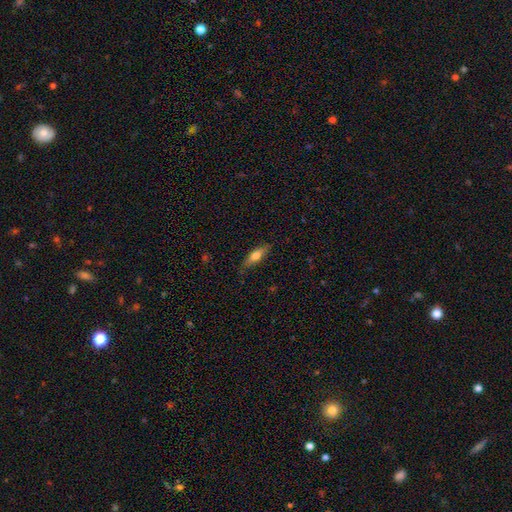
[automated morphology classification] This is likely a smooth galaxy (62%). How rounded: possibly cigar-shaped (54%). Merging: clearly none (81%).